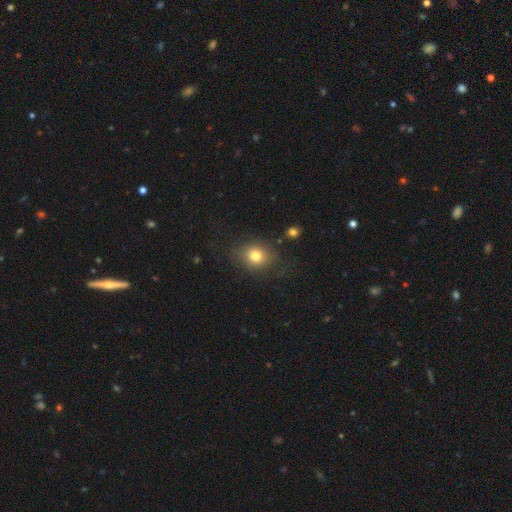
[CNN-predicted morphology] This is likely a smooth galaxy (77%). How rounded: likely round (63%). Merging: likely none (75%).